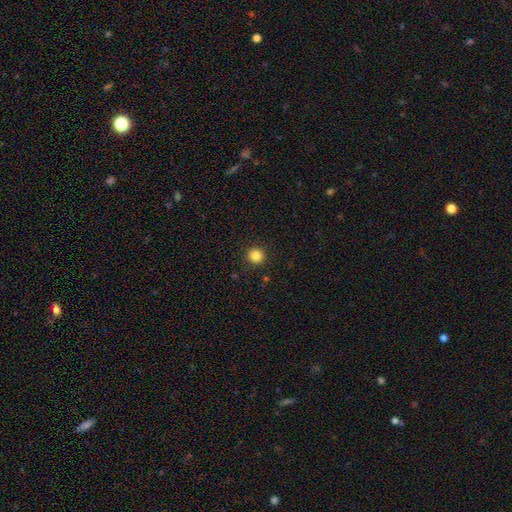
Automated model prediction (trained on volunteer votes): The model was most divided on "smooth or featured": smooth: 84%, star or artifact: 12%, featured or disk: 4%. More confident: how rounded — round (95%); merging — none (92%).